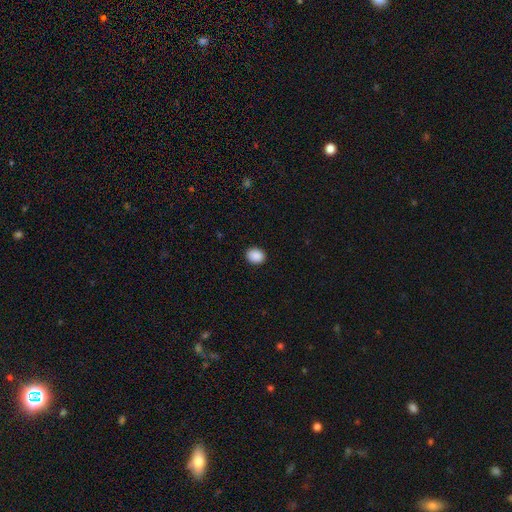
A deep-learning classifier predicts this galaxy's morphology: Smooth or featured? smooth (90%)
How rounded? round (57%)
Merging? none (91%)